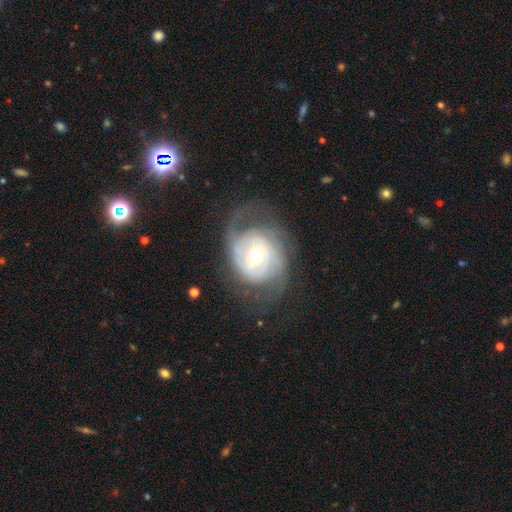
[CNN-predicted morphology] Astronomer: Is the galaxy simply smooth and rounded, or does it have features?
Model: featured or disk — 84%.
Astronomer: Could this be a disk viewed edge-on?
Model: no — 97%.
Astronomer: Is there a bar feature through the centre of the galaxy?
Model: no — 61%.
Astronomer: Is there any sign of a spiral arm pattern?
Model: yes — 94%.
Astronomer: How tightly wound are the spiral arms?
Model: tight — 51% (runner-up: medium, 35%).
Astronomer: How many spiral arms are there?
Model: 2 — 50%.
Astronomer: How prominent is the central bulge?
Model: moderate — 61%.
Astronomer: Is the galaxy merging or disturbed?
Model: none — 61%.